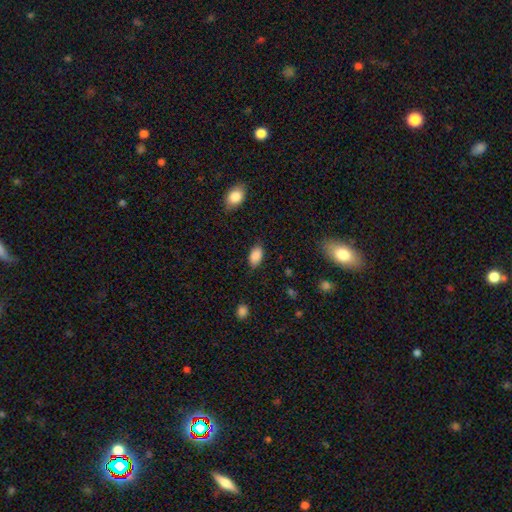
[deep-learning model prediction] This is clearly a smooth galaxy (88%). How rounded: clearly in between (93%). Merging: clearly none (82%).